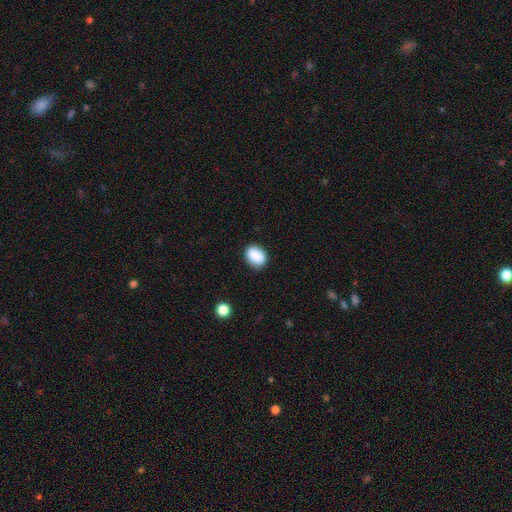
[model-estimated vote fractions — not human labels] A smooth galaxy with no disk features (89%) that is in between round and cigar-shaped (71%).

Vote fractions:
- Smooth or featured? smooth: 89% / star or artifact: 8% / featured or disk: 3%
- How rounded? in between: 71% / round: 28% / cigar-shaped: 1%
- Merging? none: 84% / minor disturbance: 12% / major disturbance: 3% / merger: 1%